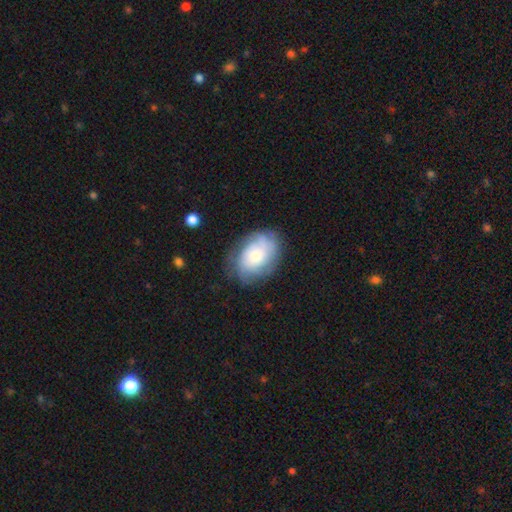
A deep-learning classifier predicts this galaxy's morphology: type=smooth (47%); merging=none (68%).